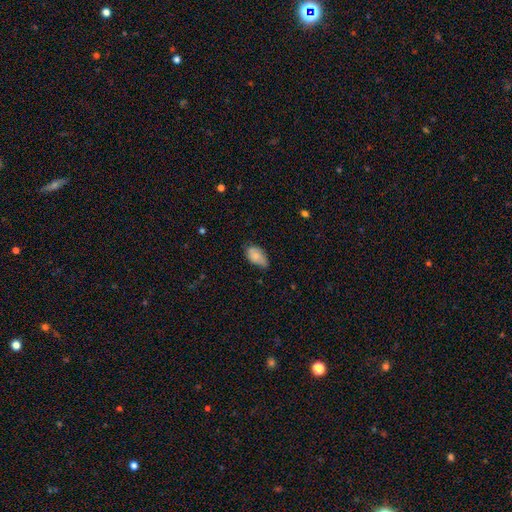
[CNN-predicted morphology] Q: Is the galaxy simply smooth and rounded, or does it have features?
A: smooth — 76%.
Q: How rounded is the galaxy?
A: in between — 92%.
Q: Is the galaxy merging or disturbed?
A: none — 48%.